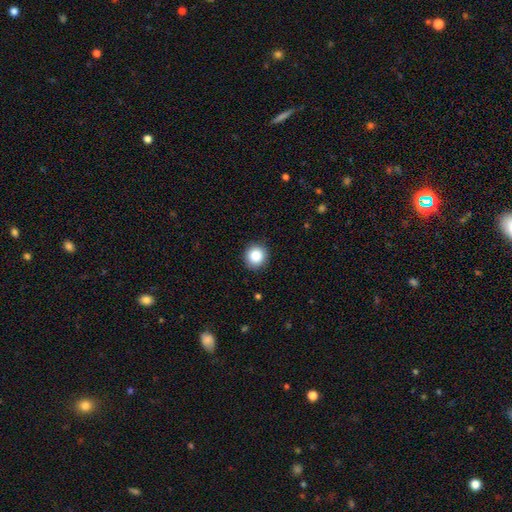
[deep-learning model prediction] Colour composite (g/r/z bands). It shows a smooth galaxy with no disk features (87%) that is round (93%). Merging: none (90%).